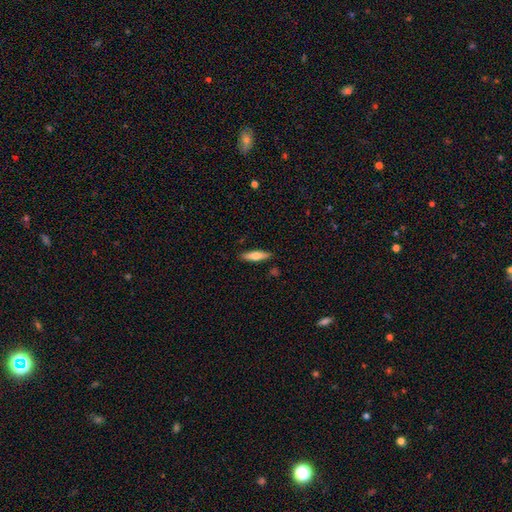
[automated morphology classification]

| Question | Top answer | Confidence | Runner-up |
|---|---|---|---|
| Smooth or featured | smooth | 68% | featured or disk (26%) |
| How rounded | cigar-shaped | 67% | in between (31%) |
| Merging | none | 87% | minor disturbance (9%) |